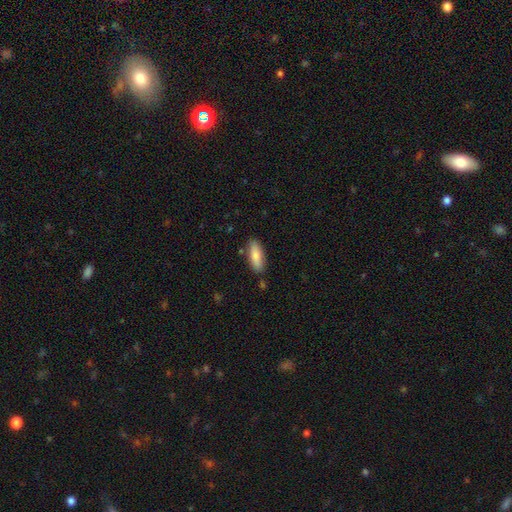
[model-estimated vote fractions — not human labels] smooth-or-featured: smooth: 82% | featured or disk: 12% | star or artifact: 6%
  how-rounded: in between: 69% | cigar-shaped: 29% | round: 2%
  merging: none: 82% | minor disturbance: 12% | merger: 3% | major disturbance: 2%